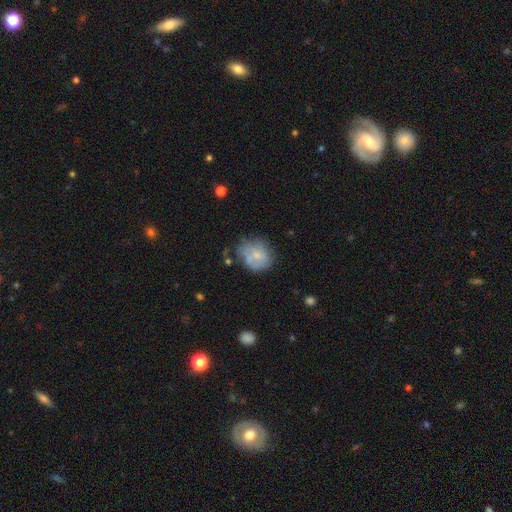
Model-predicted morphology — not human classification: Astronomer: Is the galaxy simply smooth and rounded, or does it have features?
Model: smooth — 56% (runner-up: featured or disk, 36%).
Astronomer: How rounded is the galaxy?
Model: round — 61% (runner-up: in between, 38%).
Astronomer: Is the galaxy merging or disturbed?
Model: none — 49% (runner-up: minor disturbance, 28%).